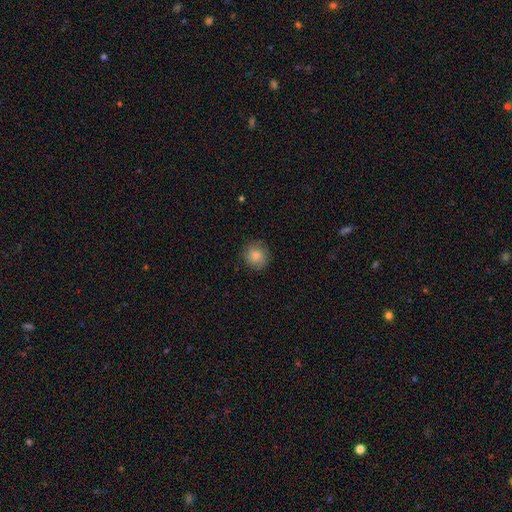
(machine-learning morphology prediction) smooth_or_featured: smooth (p=0.83) [alt: featured or disk p=0.08]
how_rounded: round (p=0.89) [alt: in between p=0.10]
merging: none (p=0.84) [alt: minor disturbance p=0.12]